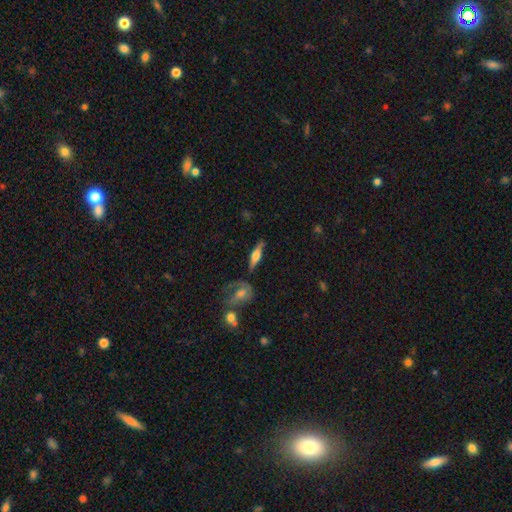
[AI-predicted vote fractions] Smooth or featured? Predicted: featured or disk (p=0.62). Edge-on disk? Predicted: yes (p=0.92). Edge-on bulge? Predicted: rounded (p=0.86). Merging? Predicted: none (p=0.76).